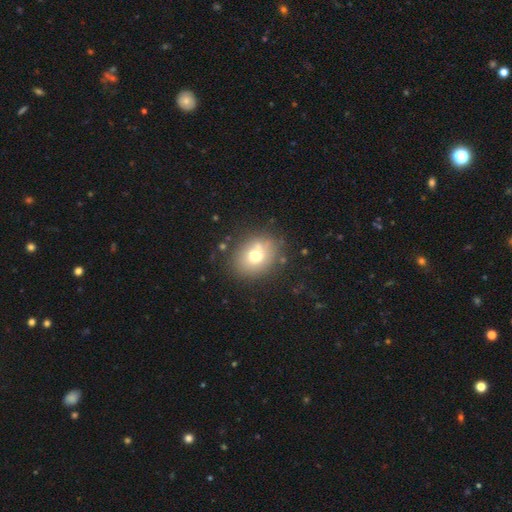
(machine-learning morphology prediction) This appears to be a smooth galaxy with no disk features (69%) that is round (57%). Merging: none (76%).